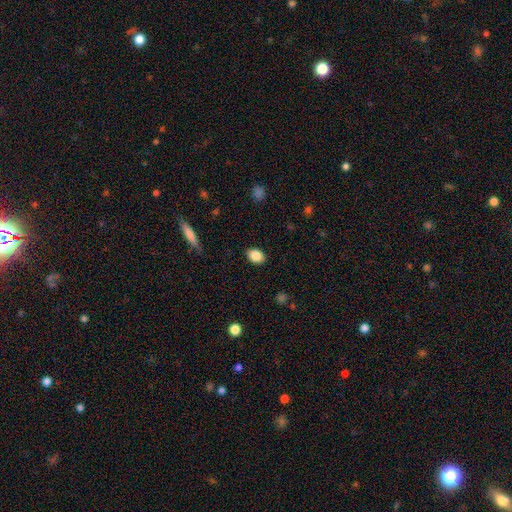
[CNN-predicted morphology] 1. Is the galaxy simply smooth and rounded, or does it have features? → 87% smooth, 8% star or artifact, 5% featured or disk.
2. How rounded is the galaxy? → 76% in between, 23% round, 1% cigar-shaped.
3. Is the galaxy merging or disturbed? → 87% none, 9% minor disturbance, 2% major disturbance, 1% merger.